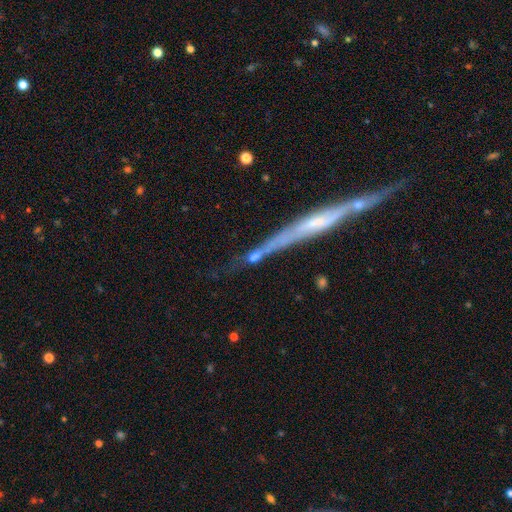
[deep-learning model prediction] Smooth or featured: featured or disk — 59% (smooth — 30%)
Edge-on disk: yes — 85% (no — 15%)
Merging: none — 57% (minor disturbance — 18%)